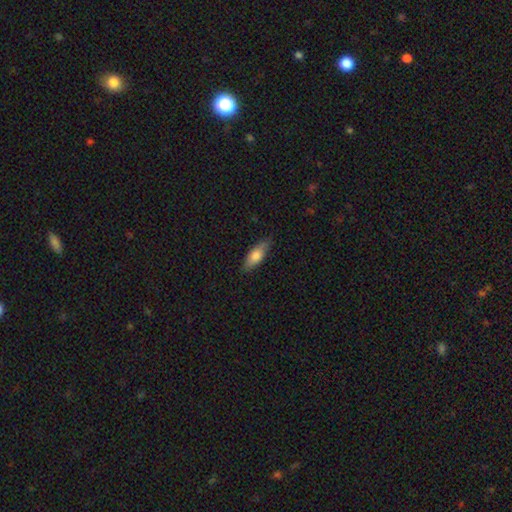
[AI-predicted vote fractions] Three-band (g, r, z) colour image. It shows a smooth galaxy with no disk features (72%) that is in between round and cigar-shaped (67%). Merging: none (82%).